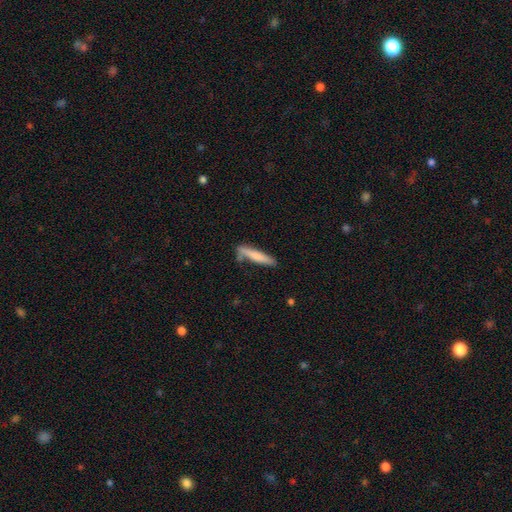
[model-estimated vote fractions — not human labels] A smooth galaxy with no disk features (72%) that is cigar-shaped (90%). Merging: none (69%).